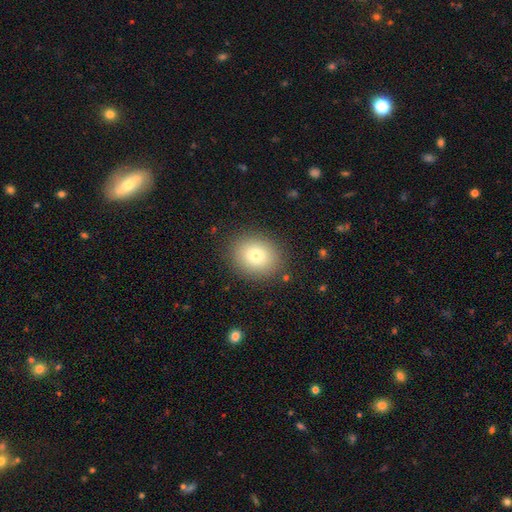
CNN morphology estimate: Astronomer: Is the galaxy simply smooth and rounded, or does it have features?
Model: smooth — 78%.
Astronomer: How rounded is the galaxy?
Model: round — 71%.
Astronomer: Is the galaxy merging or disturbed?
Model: none — 88%.